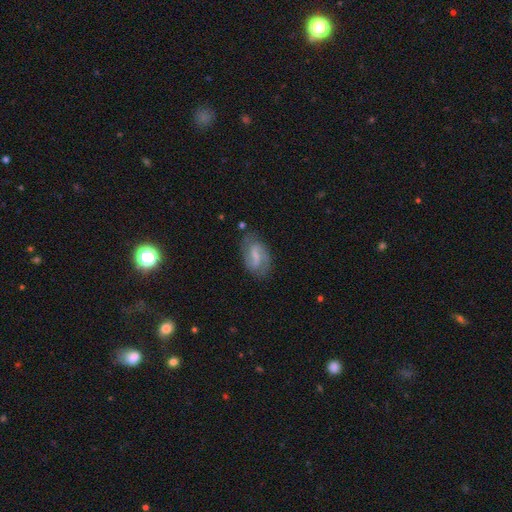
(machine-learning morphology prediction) type=featured or disk (78%); edge-on=no (97%); bar=weak (59%); spiral arms=yes (94%); winding=medium (50%); arm count=2 (88%); bulge=small (46%); merging=none (76%).